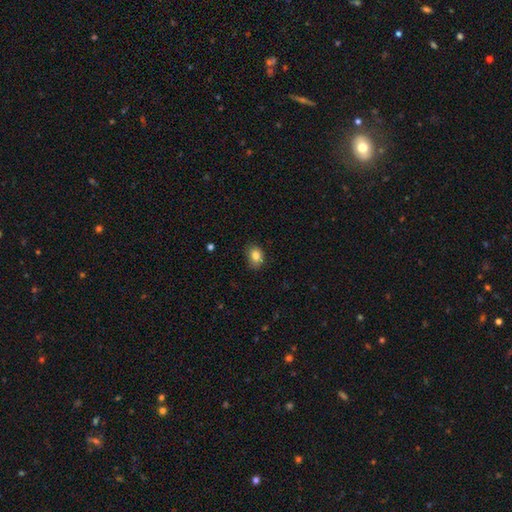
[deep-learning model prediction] This appears to be a smooth galaxy with no disk features (83%) that is in between round and cigar-shaped (62%). Merging: none (79%).